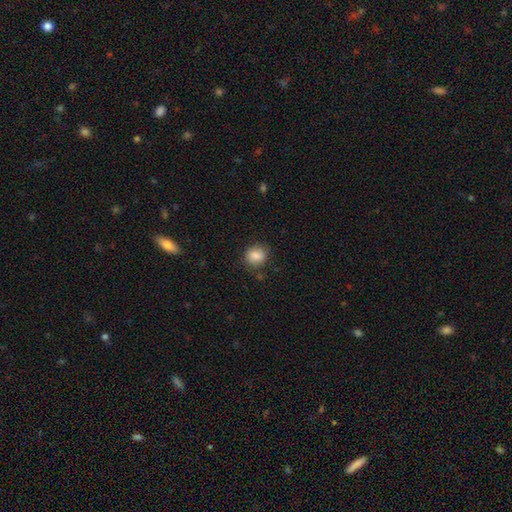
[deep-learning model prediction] smooth_or_featured: smooth (p=0.86) [alt: star or artifact p=0.08]
how_rounded: round (p=0.70) [alt: in between p=0.29]
merging: none (p=0.81) [alt: minor disturbance p=0.13]